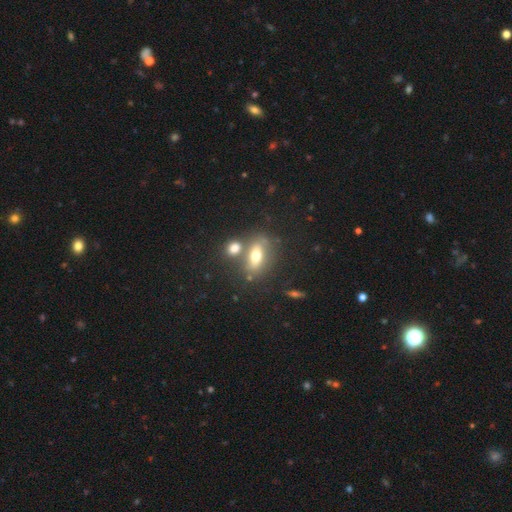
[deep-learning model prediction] Smooth or featured?
  - smooth: 62% *
  - featured or disk: 27%
  - star or artifact: 11%
How rounded?
  - in between: 76% *
  - cigar-shaped: 12%
  - round: 12%
Merging?
  - none: 56% *
  - merger: 27%
  - minor disturbance: 12%
  - major disturbance: 5%